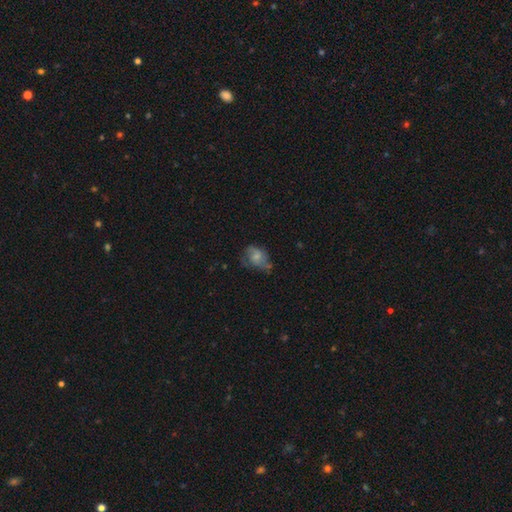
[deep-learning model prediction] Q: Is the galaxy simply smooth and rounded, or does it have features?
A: featured or disk — 43%.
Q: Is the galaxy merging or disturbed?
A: none — 48%.